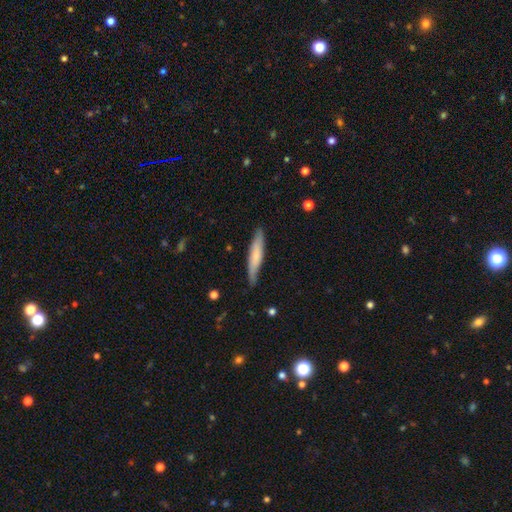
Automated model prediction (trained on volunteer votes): smooth-or-featured: smooth: 64% | featured or disk: 31% | star or artifact: 5%
  how-rounded: cigar-shaped: 88% | in between: 10% | round: 1%
  merging: none: 81% | minor disturbance: 15% | major disturbance: 2% | merger: 1%